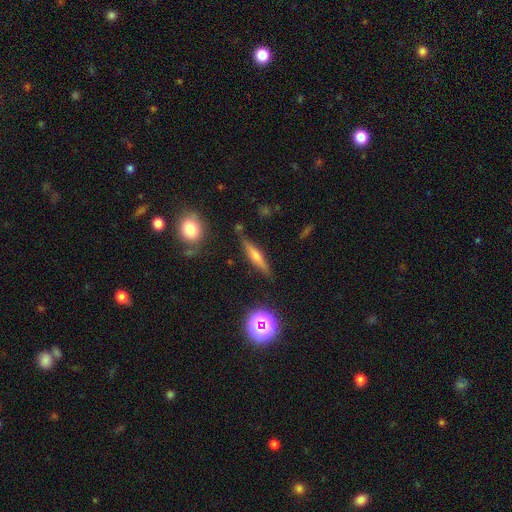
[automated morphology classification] The model was most divided on "smooth or featured" (2-way tie): smooth: 44%, featured or disk: 44%, star or artifact: 12%. More confident: merging — none (82%).